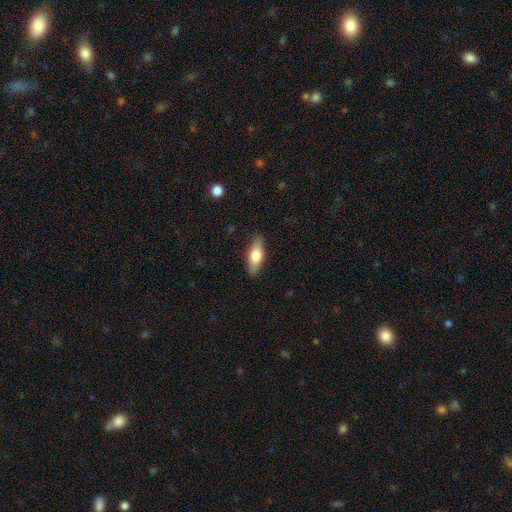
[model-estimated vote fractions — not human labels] This is likely a smooth galaxy (63%). How rounded: likely in between (66%). Merging: clearly none (87%).